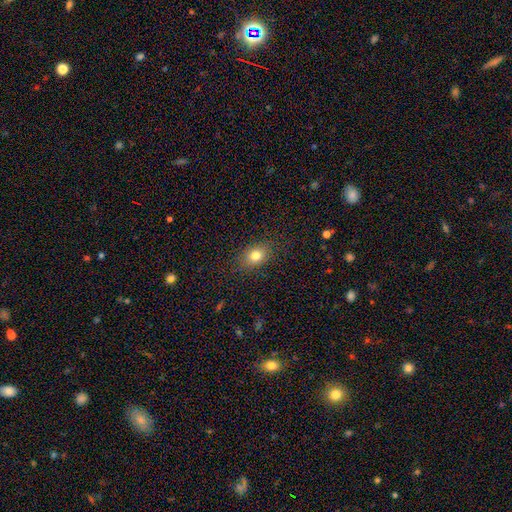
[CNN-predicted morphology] This is likely a smooth galaxy (78%). How rounded: likely in between (67%). Merging: clearly none (85%).